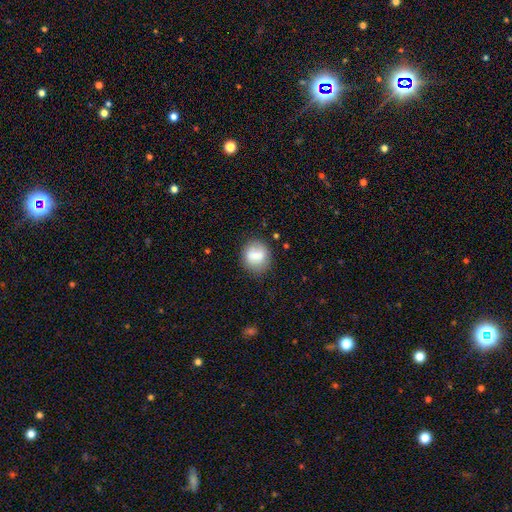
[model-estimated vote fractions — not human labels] smooth-or-featured: smooth: 79% | featured or disk: 13% | star or artifact: 8%
  how-rounded: round: 78% | in between: 21% | cigar-shaped: 1%
  merging: none: 75% | minor disturbance: 16% | major disturbance: 5% | merger: 3%